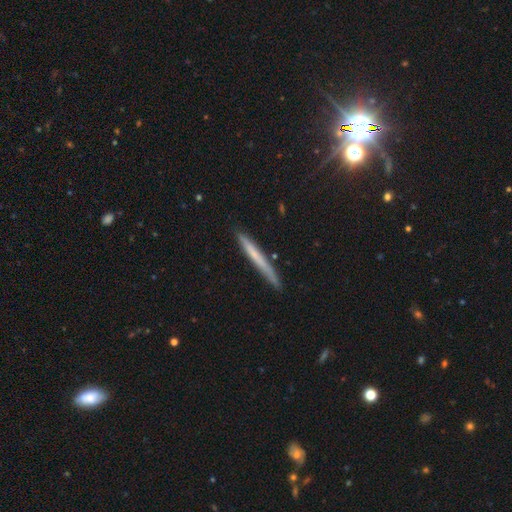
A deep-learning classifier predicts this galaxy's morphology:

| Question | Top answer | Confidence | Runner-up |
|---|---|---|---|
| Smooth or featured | smooth | 55% | featured or disk (39%) |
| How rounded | cigar-shaped | 97% | in between (2%) |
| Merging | none | 86% | minor disturbance (10%) |